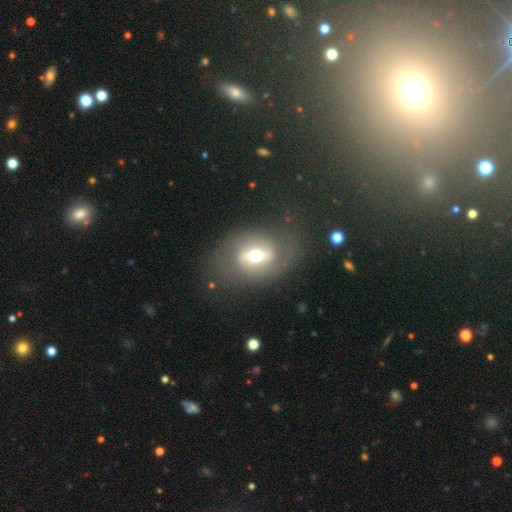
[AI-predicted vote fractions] This is possibly a featured or disk galaxy (57%). It is clearly not viewed edge-on (90%). Bar: marginally strong (44%). Spiral arm pattern: likely no (61%). Central bulge: likely moderate (67%). Merging: likely none (69%).